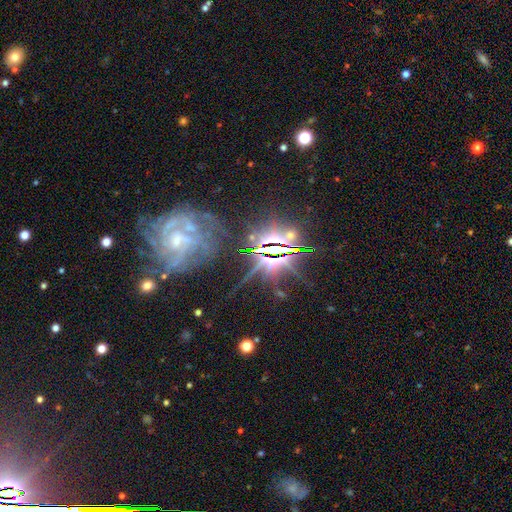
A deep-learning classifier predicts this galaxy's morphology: Smooth or featured?
  - star or artifact: 54% *
  - featured or disk: 33%
  - smooth: 12%